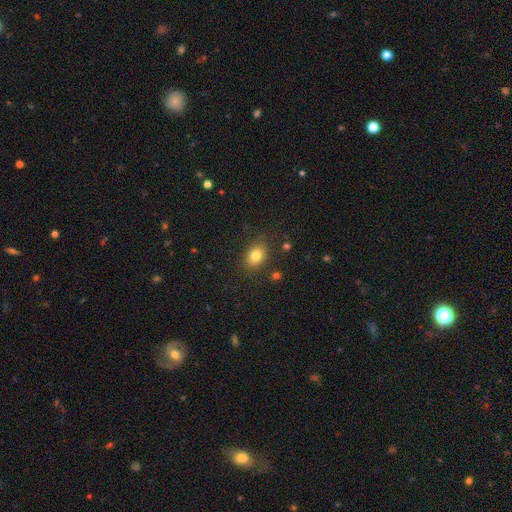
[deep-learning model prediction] Smooth or featured: smooth — 81% (star or artifact — 11%)
How rounded: in between — 72% (round — 27%)
Merging: none — 83% (minor disturbance — 11%)